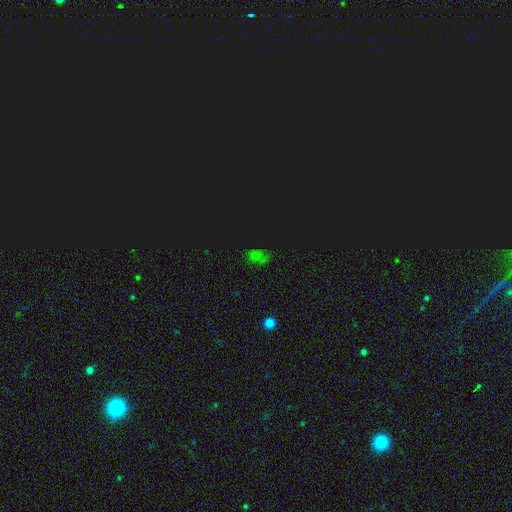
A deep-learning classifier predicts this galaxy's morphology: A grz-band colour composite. It shows a star or artifact, not a galaxy (56%).